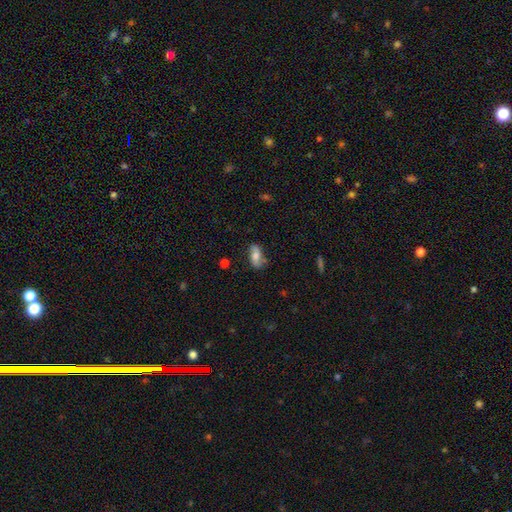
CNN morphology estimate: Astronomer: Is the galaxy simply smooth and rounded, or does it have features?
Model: smooth — 58% (runner-up: featured or disk, 35%).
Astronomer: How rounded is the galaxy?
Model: in between — 84%.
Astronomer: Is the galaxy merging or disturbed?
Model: none — 70%.